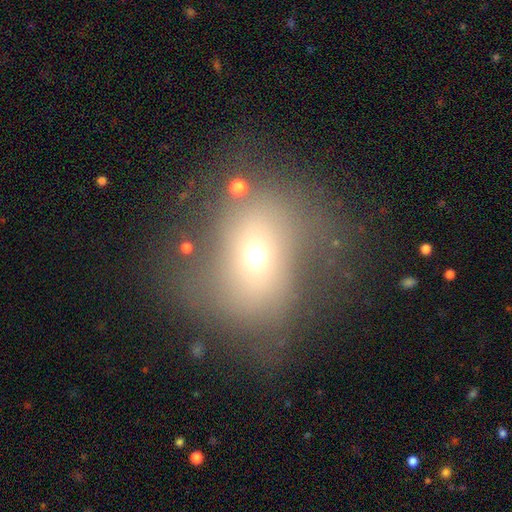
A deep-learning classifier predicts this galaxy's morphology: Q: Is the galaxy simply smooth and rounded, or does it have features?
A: smooth — 54%.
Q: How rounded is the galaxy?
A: round — 63%.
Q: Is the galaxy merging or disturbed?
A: none — 53%.